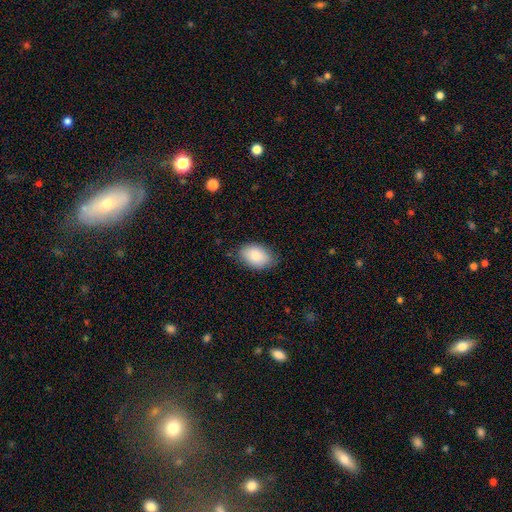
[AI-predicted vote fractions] Smooth or featured? smooth (86%)
How rounded? in between (90%)
Merging? none (78%)